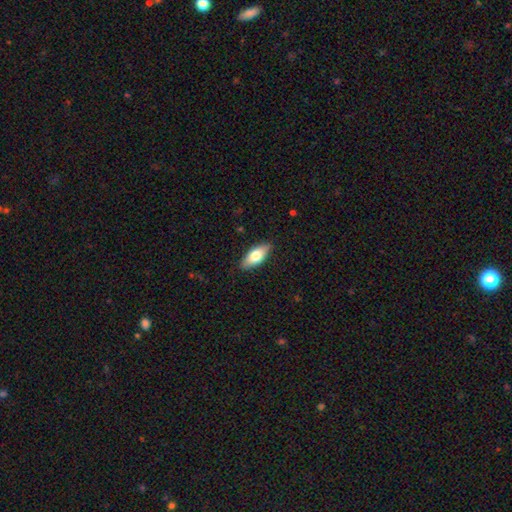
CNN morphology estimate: Q: Smooth or featured?
A: smooth (72%); runner-up: featured or disk (22%)
Q: How rounded?
A: in between (84%); runner-up: cigar-shaped (13%)
Q: Merging?
A: none (86%); runner-up: minor disturbance (11%)